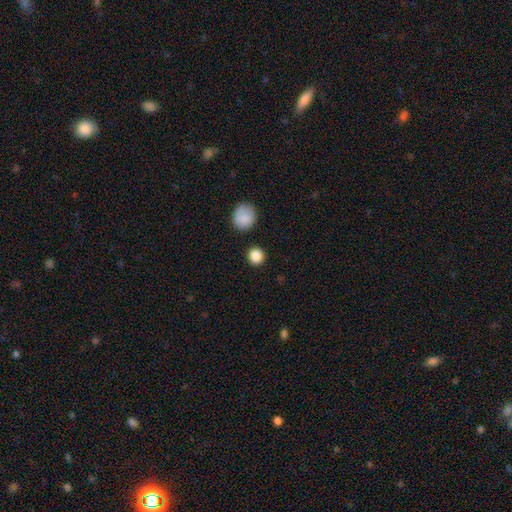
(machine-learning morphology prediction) Smooth or featured? smooth (86%)
How rounded? round (92%)
Merging? none (89%)